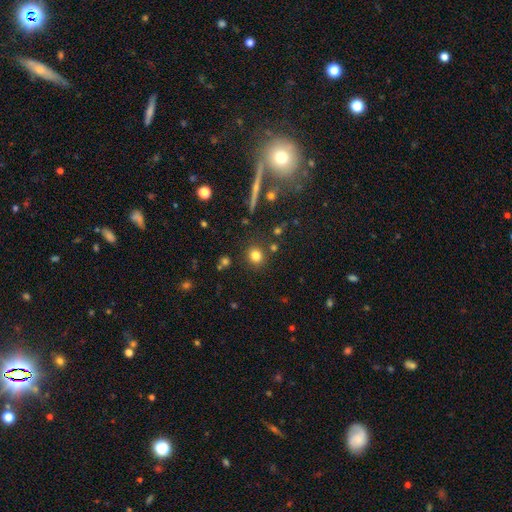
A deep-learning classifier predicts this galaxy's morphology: This appears to be a smooth galaxy with no disk features (79%) that is round (85%). Merging: none (85%).